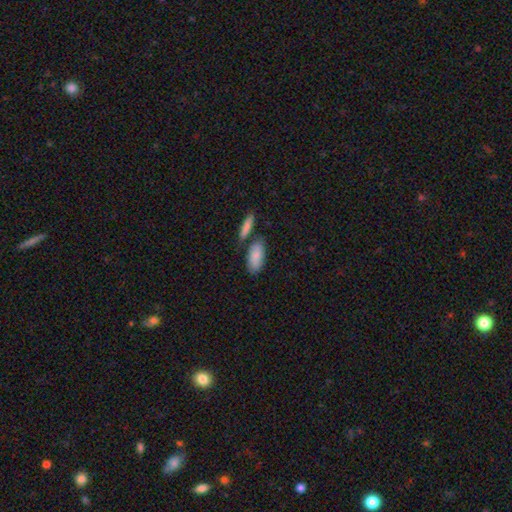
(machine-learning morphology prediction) type=smooth (84%); roundness=in between (86%); merging=none (64%).